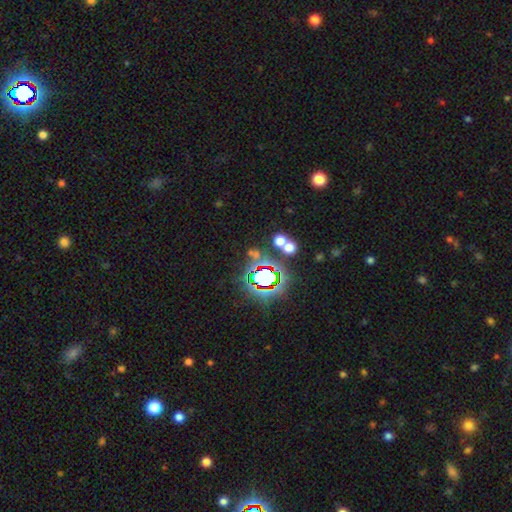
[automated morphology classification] smooth_or_featured: star or artifact (p=0.70) [alt: smooth p=0.20]